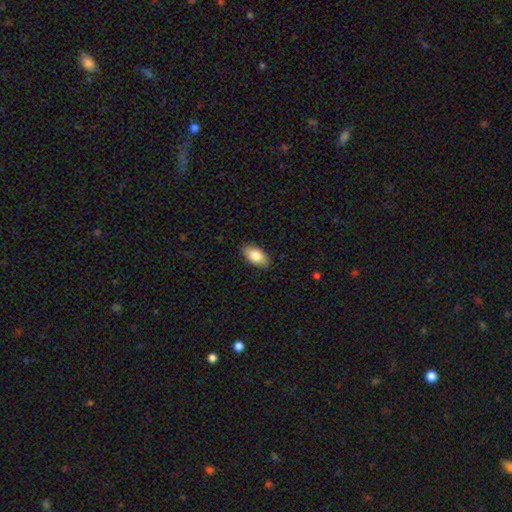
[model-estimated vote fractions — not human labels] Smooth or featured? smooth (82%)
How rounded? in between (92%)
Merging? none (88%)